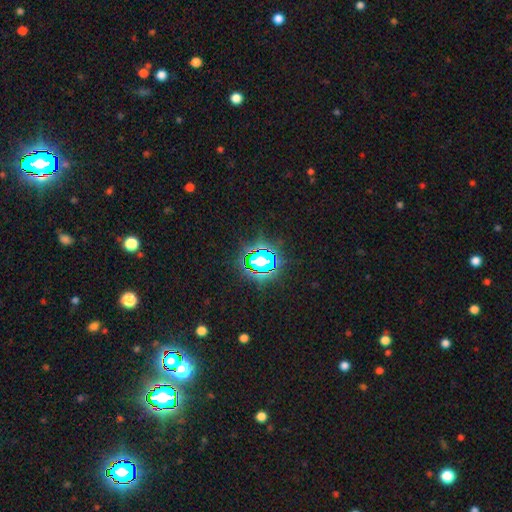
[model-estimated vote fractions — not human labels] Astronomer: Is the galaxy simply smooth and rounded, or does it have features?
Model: star or artifact — 77%.